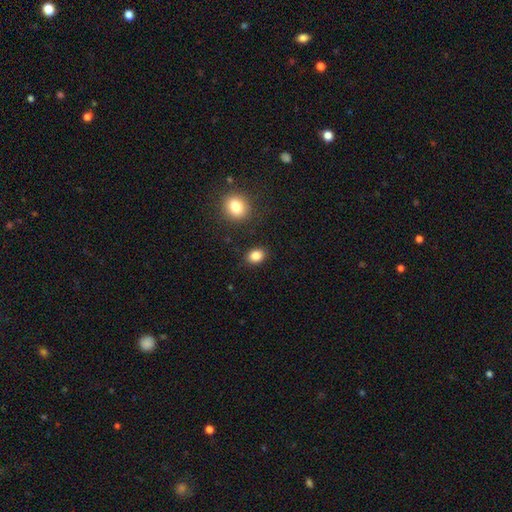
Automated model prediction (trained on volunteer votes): A smooth galaxy with no disk features (85%) that is in between round and cigar-shaped (58%). Merging: none (86%).